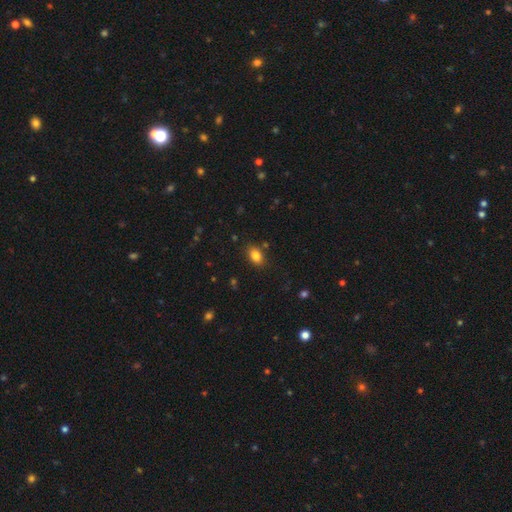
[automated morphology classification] A smooth galaxy with no disk features (84%) that is in between round and cigar-shaped (81%). Merging: none (84%).